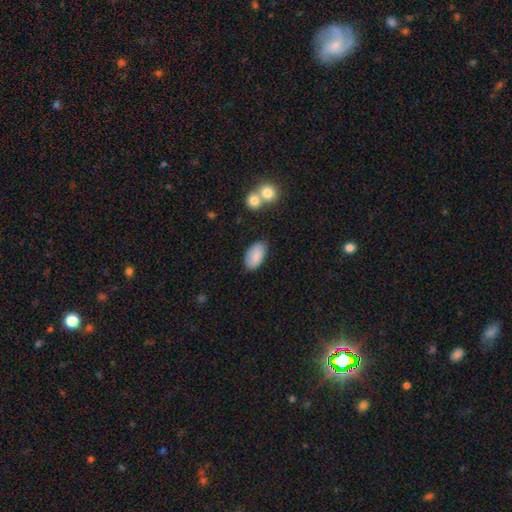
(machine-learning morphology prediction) Q: Smooth or featured?
A: smooth (87%); runner-up: featured or disk (7%)
Q: How rounded?
A: in between (95%); runner-up: round (3%)
Q: Merging?
A: none (78%); runner-up: minor disturbance (15%)